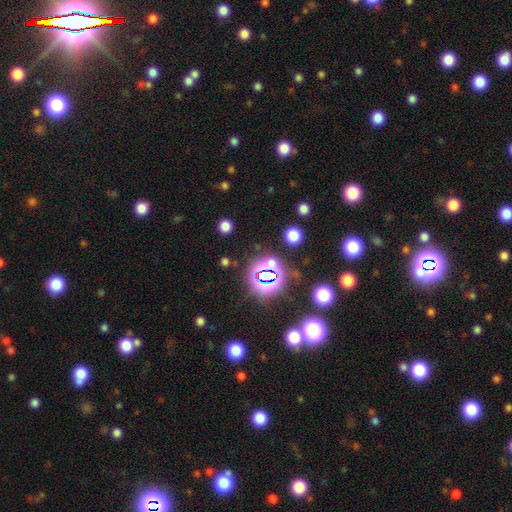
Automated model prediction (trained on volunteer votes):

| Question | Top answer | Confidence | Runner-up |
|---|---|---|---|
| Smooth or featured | star or artifact | 75% | smooth (18%) |